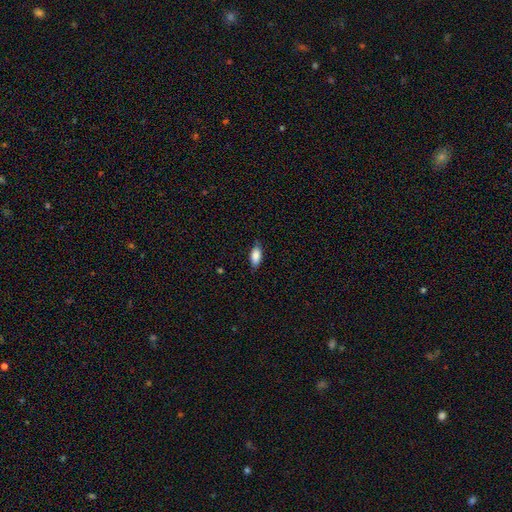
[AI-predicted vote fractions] Smooth or featured? Predicted: smooth (p=0.84). How rounded? Predicted: in between (p=0.85). Merging? Predicted: none (p=0.79).